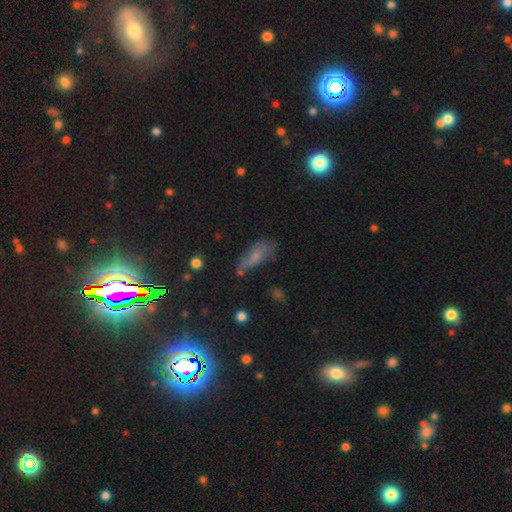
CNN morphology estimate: Smooth or featured?
  - smooth: 63% *
  - featured or disk: 24%
  - star or artifact: 12%
How rounded?
  - in between: 70% *
  - cigar-shaped: 26%
  - round: 4%
Merging?
  - none: 44% *
  - minor disturbance: 31%
  - major disturbance: 18%
  - merger: 8%